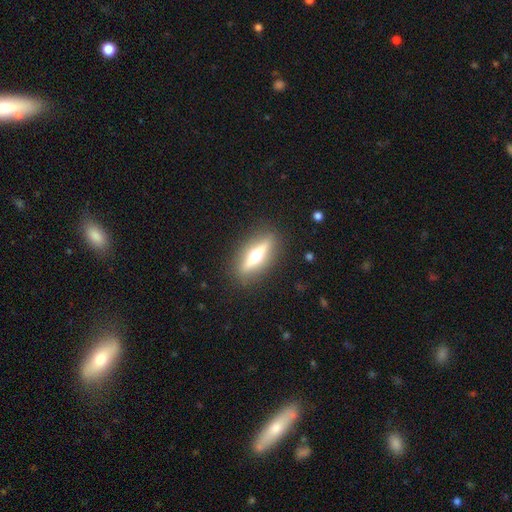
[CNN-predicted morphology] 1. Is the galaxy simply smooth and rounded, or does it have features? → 61% featured or disk, 32% smooth, 7% star or artifact.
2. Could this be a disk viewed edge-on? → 89% yes, 11% no.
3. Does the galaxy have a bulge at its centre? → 94% rounded, 3% boxy, 2% none.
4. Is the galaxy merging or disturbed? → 88% none, 8% minor disturbance, 3% major disturbance, 1% merger.